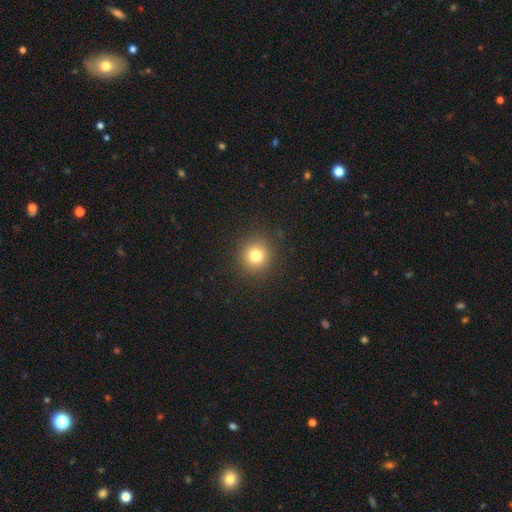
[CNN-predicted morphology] type=smooth (78%); roundness=round (94%); merging=none (90%).